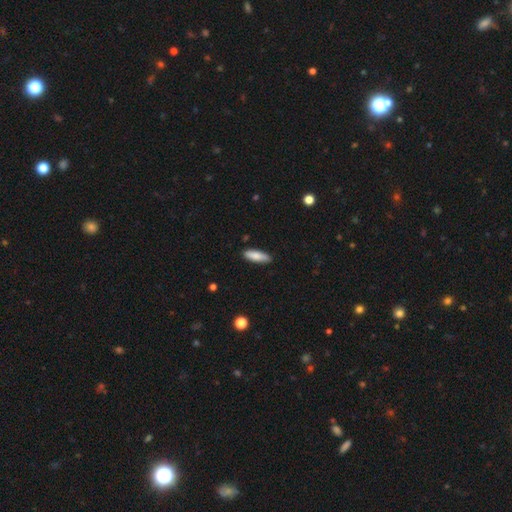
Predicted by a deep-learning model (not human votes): A smooth galaxy with no disk features (82%) that is cigar-shaped (51%).

Vote fractions:
- Smooth or featured? smooth: 82% / featured or disk: 12% / star or artifact: 6%
- How rounded? cigar-shaped: 51% / in between: 47% / round: 2%
- Merging? none: 86% / minor disturbance: 11% / major disturbance: 2% / merger: 1%